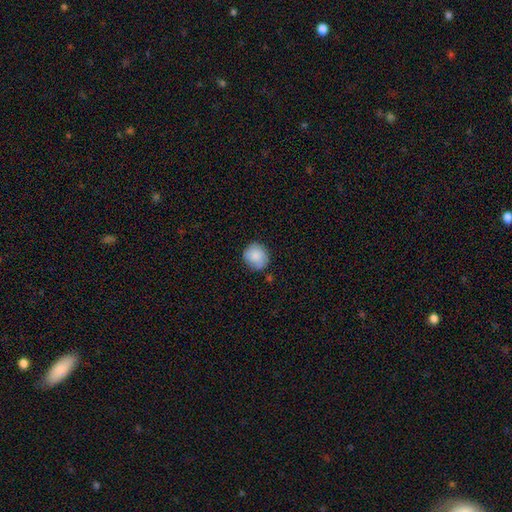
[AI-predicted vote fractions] Overall: smooth (85%). How rounded: round (83%). Merging: none (77%).